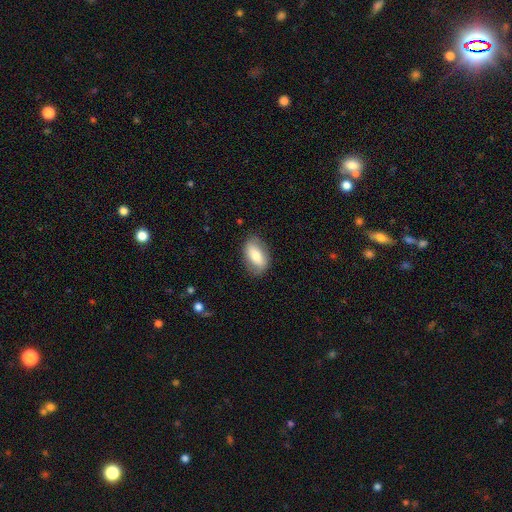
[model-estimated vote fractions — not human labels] Smooth or featured?
  - smooth: 70% *
  - featured or disk: 23%
  - star or artifact: 6%
How rounded?
  - in between: 90% *
  - round: 6%
  - cigar-shaped: 4%
Merging?
  - none: 81% *
  - minor disturbance: 14%
  - major disturbance: 4%
  - merger: 1%